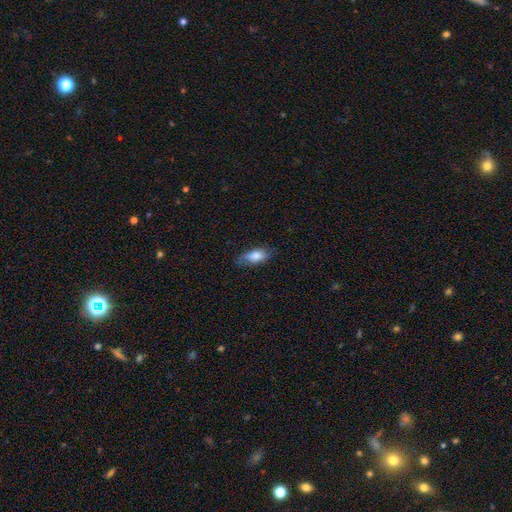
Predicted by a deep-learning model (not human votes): Q: Smooth or featured?
A: smooth (78%); runner-up: featured or disk (15%)
Q: How rounded?
A: in between (84%); runner-up: cigar-shaped (12%)
Q: Merging?
A: none (64%); runner-up: minor disturbance (27%)